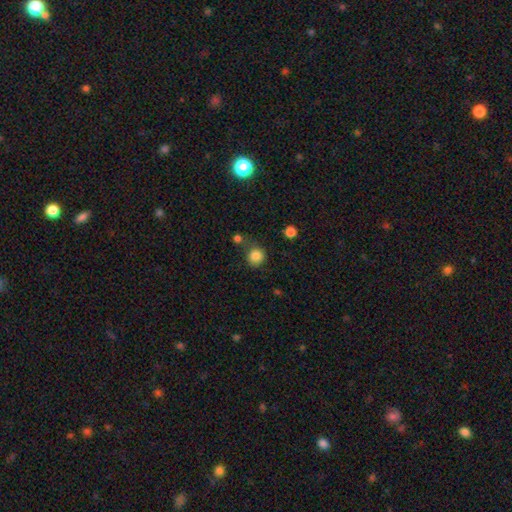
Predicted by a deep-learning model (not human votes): Smooth or featured? Predicted: smooth (p=0.84). How rounded? Predicted: round (p=0.86). Merging? Predicted: none (p=0.65).